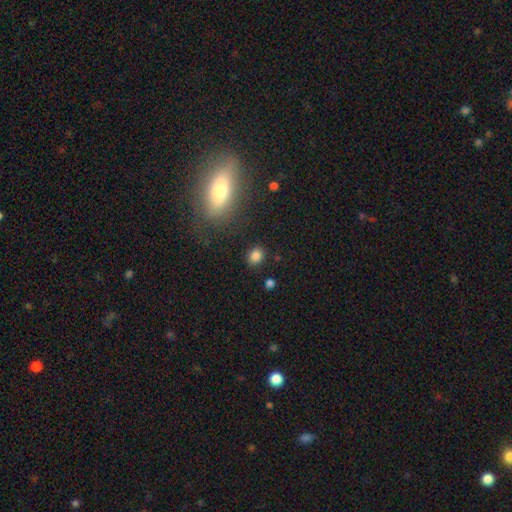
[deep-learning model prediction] Smooth or featured?
  - smooth: 84% *
  - star or artifact: 12%
  - featured or disk: 5%
How rounded?
  - round: 54% *
  - in between: 44%
  - cigar-shaped: 1%
Merging?
  - none: 86% *
  - minor disturbance: 9%
  - major disturbance: 3%
  - merger: 2%